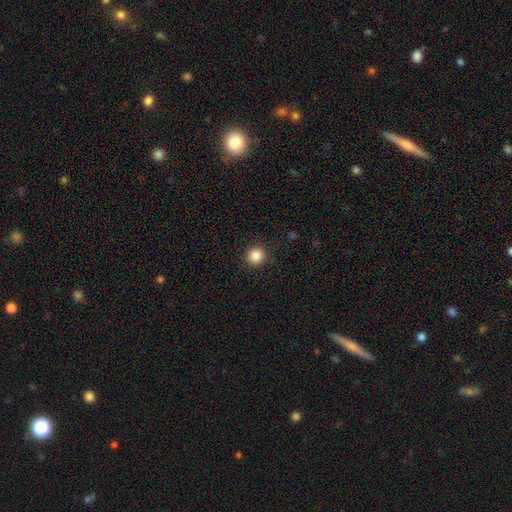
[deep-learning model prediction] The model was most divided on "smooth or featured": smooth: 87%, star or artifact: 10%, featured or disk: 3%. More confident: how rounded — round (94%); merging — none (90%).